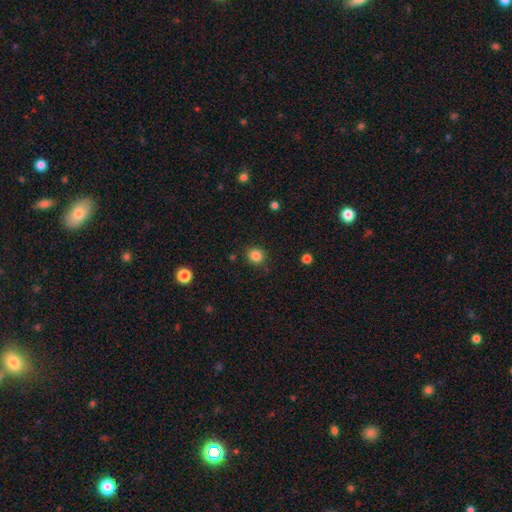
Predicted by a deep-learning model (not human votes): Smooth or featured?
  - smooth: 85% *
  - star or artifact: 11%
  - featured or disk: 4%
How rounded?
  - round: 86% *
  - in between: 13%
  - cigar-shaped: 1%
Merging?
  - none: 87% *
  - minor disturbance: 8%
  - major disturbance: 3%
  - merger: 2%